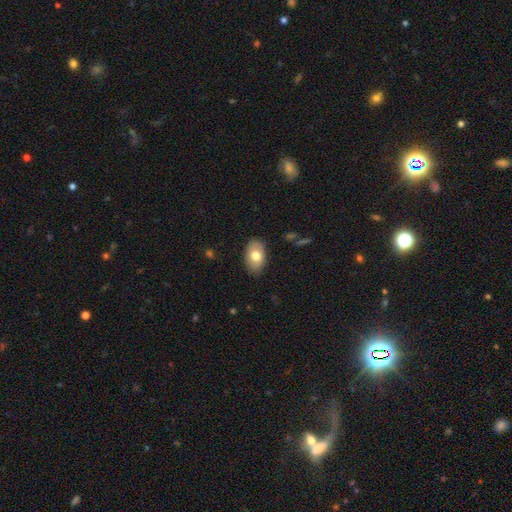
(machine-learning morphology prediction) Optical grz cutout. It shows a smooth galaxy with no disk features (73%) that is in between round and cigar-shaped (89%). Merging: none (83%).